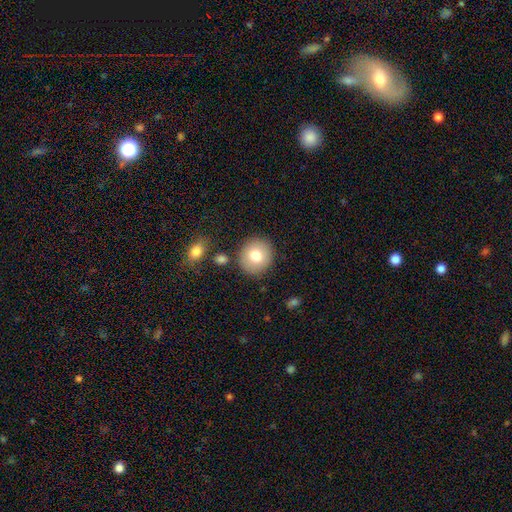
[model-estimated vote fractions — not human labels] A smooth galaxy with no disk features (76%) that is round (87%).

Vote fractions:
- Smooth or featured? smooth: 76% / featured or disk: 15% / star or artifact: 9%
- How rounded? round: 87% / in between: 12% / cigar-shaped: 1%
- Merging? none: 85% / minor disturbance: 8% / merger: 4% / major disturbance: 3%